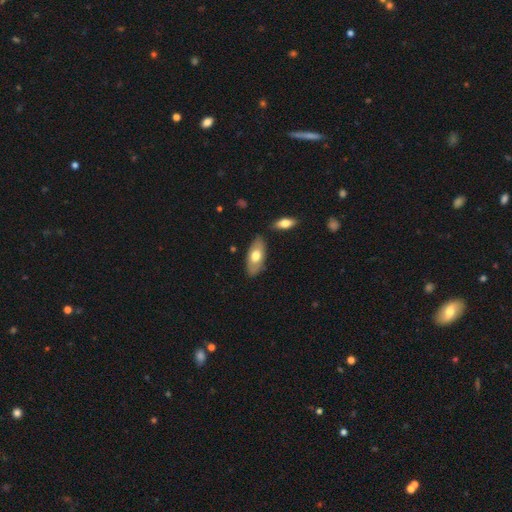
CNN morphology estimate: Q: Smooth or featured?
A: smooth (63%); runner-up: featured or disk (31%)
Q: How rounded?
A: in between (88%); runner-up: cigar-shaped (9%)
Q: Merging?
A: none (80%); runner-up: minor disturbance (14%)